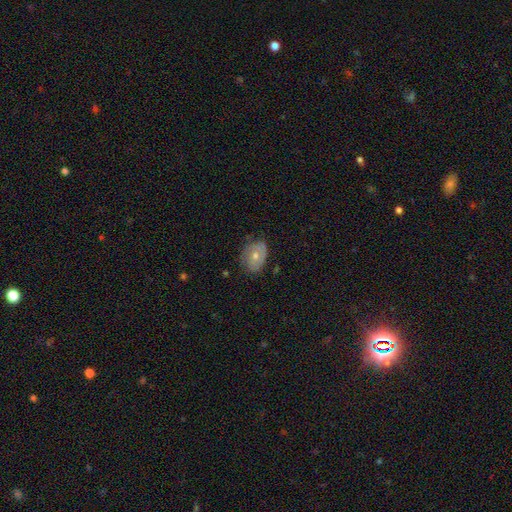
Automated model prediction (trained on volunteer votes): The model was most divided on "smooth or featured": featured or disk: 56%, smooth: 33%, star or artifact: 11%. More confident: edge-on disk — no (95%); bar — no (79%); merging — none (71%); spiral arms — yes (66%); bulge size — moderate (60%).